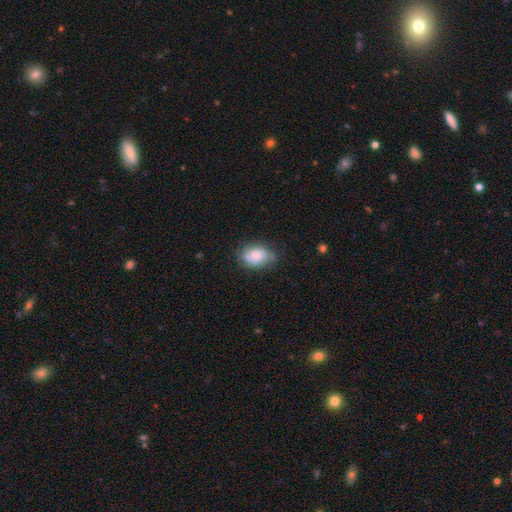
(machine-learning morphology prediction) Smooth or featured: smooth — 63% (featured or disk — 29%)
How rounded: in between — 71% (round — 28%)
Merging: none — 65% (minor disturbance — 26%)